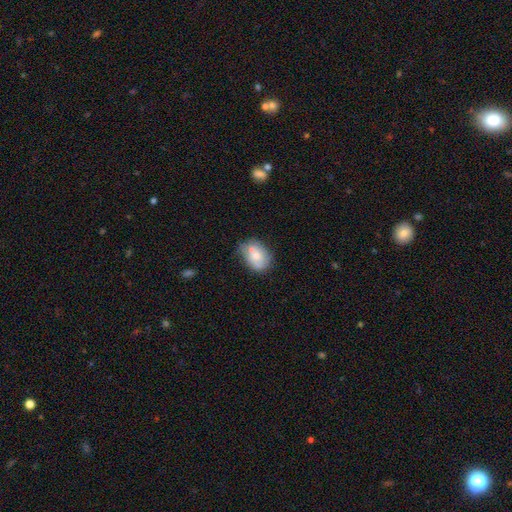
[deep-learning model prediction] smooth 68%, featured or disk 25%, star or artifact 7%. Down the decision tree: how rounded — in between (75%); merging — none (55%).